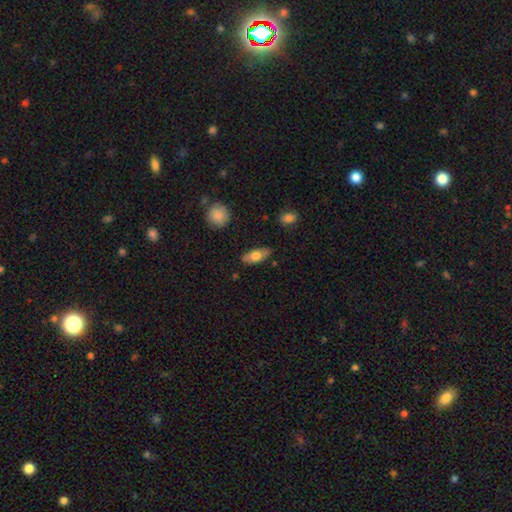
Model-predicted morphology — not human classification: smooth_or_featured: smooth (p=0.68) [alt: featured or disk p=0.26]
how_rounded: in between (p=0.79) [alt: cigar-shaped p=0.18]
merging: none (p=0.83) [alt: minor disturbance p=0.13]